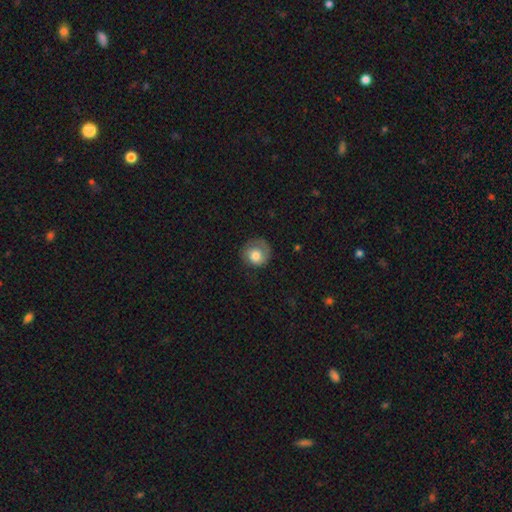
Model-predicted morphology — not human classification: type=smooth (69%); roundness=round (84%); merging=none (60%).